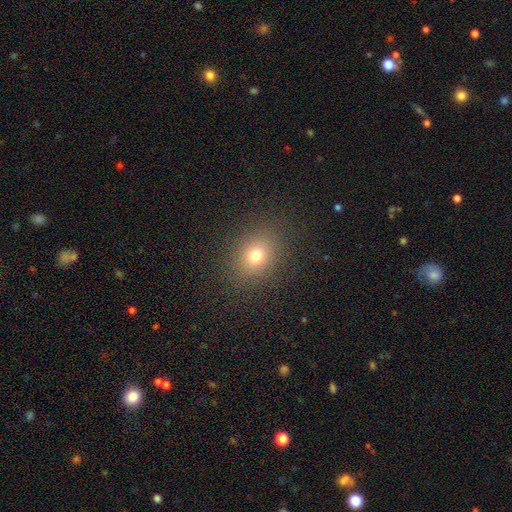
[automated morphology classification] Smooth or featured? Predicted: smooth (p=0.75). How rounded? Predicted: round (p=0.54). Merging? Predicted: none (p=0.87).